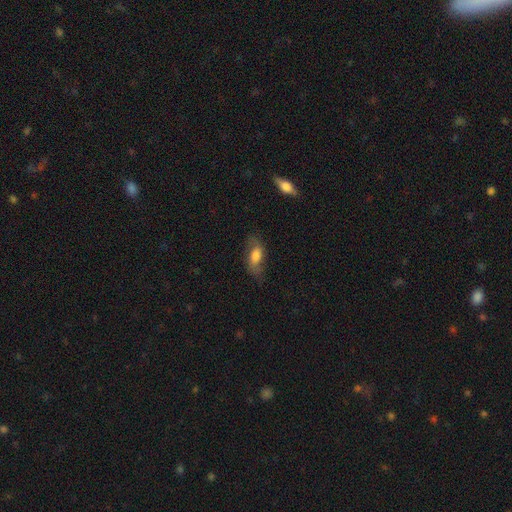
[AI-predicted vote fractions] Smooth or featured? smooth (59%)
How rounded? in between (79%)
Merging? none (64%)